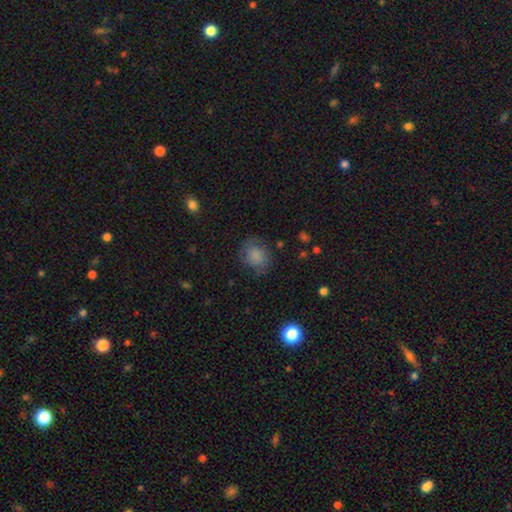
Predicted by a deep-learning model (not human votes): A smooth galaxy with no disk features (71%) that is round (68%).

Vote fractions:
- Smooth or featured? smooth: 71% / featured or disk: 19% / star or artifact: 10%
- How rounded? round: 68% / in between: 31% / cigar-shaped: 1%
- Merging? none: 67% / minor disturbance: 21% / major disturbance: 10% / merger: 1%